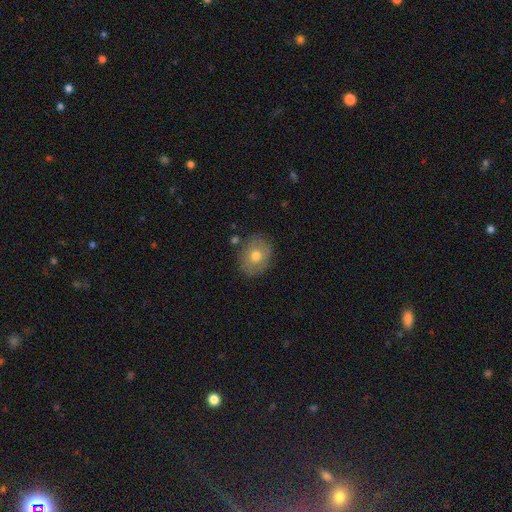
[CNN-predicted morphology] Smooth or featured?
  - smooth: 71% *
  - featured or disk: 21%
  - star or artifact: 9%
How rounded?
  - round: 54% *
  - in between: 45%
  - cigar-shaped: 1%
Merging?
  - none: 82% *
  - minor disturbance: 12%
  - major disturbance: 3%
  - merger: 3%